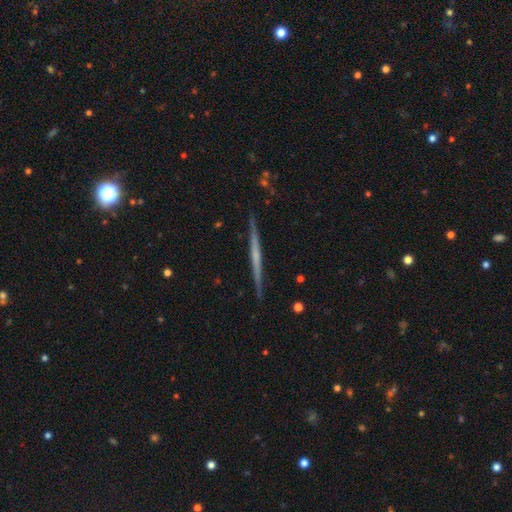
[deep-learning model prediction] Smooth or featured? featured or disk (66%)
Edge-on disk? yes (98%)
Edge-on bulge? none (76%)
Merging? none (91%)